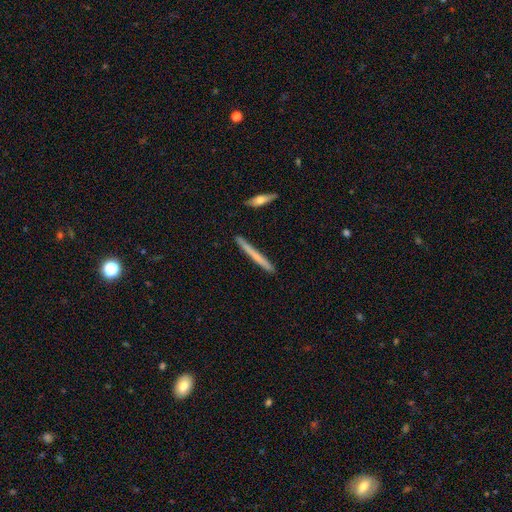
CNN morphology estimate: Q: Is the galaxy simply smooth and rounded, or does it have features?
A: smooth — 58%.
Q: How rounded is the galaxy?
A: cigar-shaped — 97%.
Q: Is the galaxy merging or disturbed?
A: none — 90%.